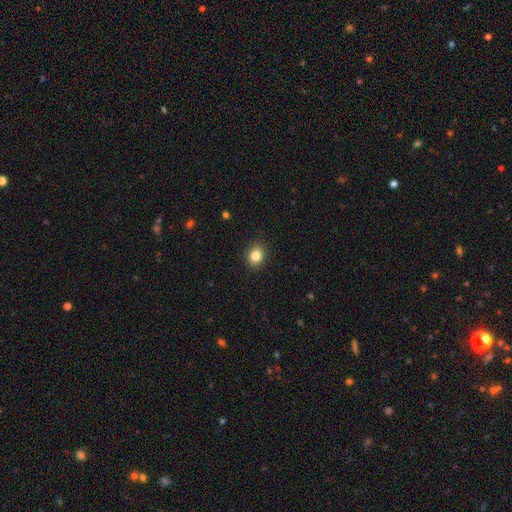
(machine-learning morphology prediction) Smooth or featured?
  - smooth: 83% *
  - star or artifact: 10%
  - featured or disk: 7%
How rounded?
  - in between: 50% *
  - round: 49%
  - cigar-shaped: 1%
Merging?
  - none: 90% *
  - minor disturbance: 7%
  - major disturbance: 2%
  - merger: 1%